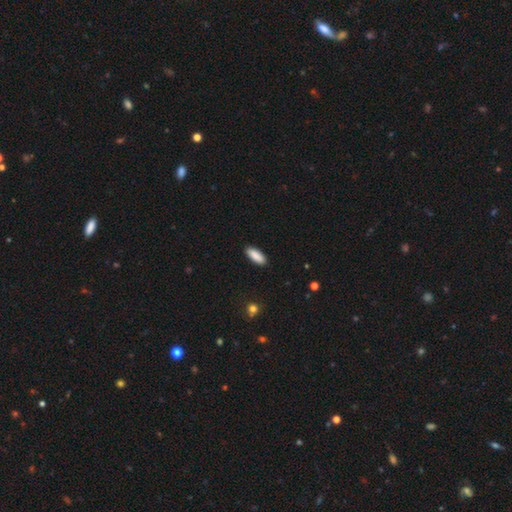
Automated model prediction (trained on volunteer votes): A smooth galaxy with no disk features (90%) that is in between round and cigar-shaped (71%). Merging: none (90%).